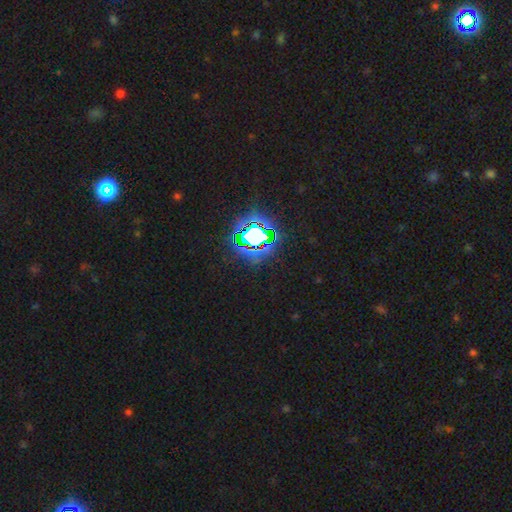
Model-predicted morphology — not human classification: star or artifact 81%, smooth 11%, featured or disk 7%.